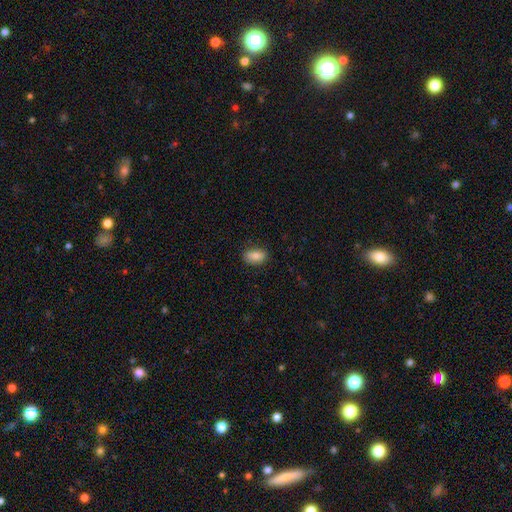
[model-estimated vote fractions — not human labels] Smooth or featured? smooth (80%)
How rounded? in between (87%)
Merging? none (85%)